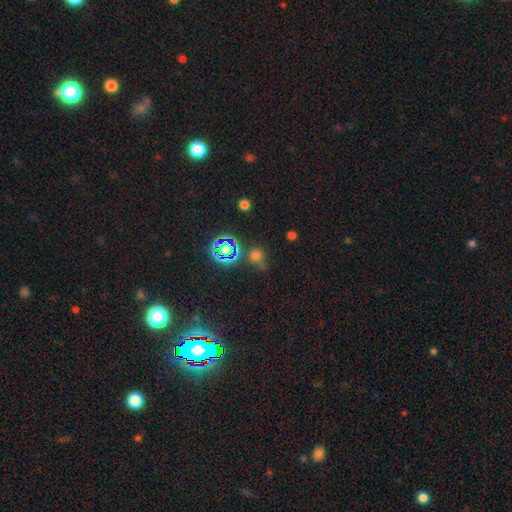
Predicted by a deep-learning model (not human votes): Morphology: type=smooth (58%); roundness=round (87%); merging=none (68%).